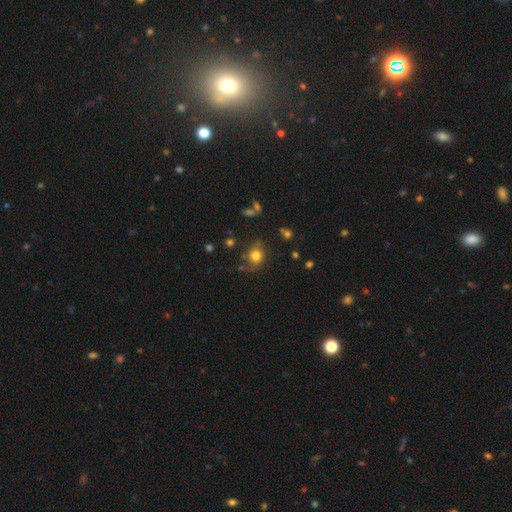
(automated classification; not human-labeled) A smooth galaxy with no disk features (75%) that is round (64%).

Vote fractions:
- Smooth or featured? smooth: 75% / featured or disk: 13% / star or artifact: 12%
- How rounded? round: 64% / in between: 35% / cigar-shaped: 1%
- Merging? none: 61% / minor disturbance: 23% / major disturbance: 11% / merger: 5%